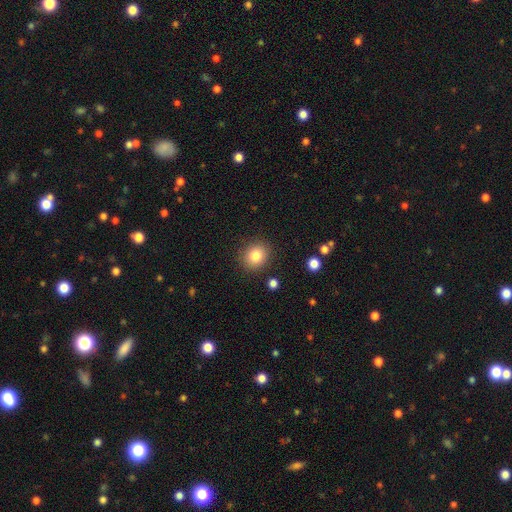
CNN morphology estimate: Smooth or featured?
  - smooth: 82% *
  - star or artifact: 10%
  - featured or disk: 7%
How rounded?
  - round: 72% *
  - in between: 27%
  - cigar-shaped: 1%
Merging?
  - none: 88% *
  - minor disturbance: 8%
  - major disturbance: 3%
  - merger: 2%